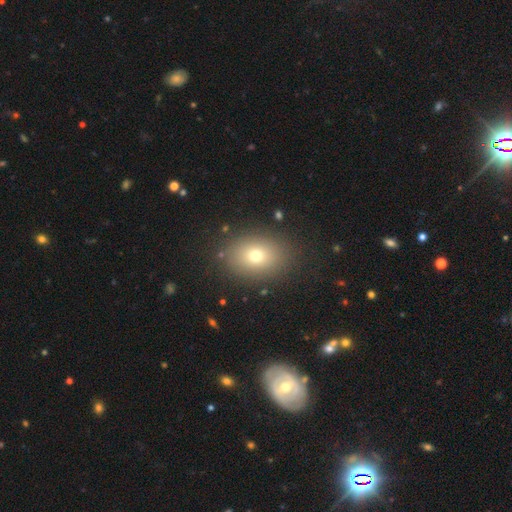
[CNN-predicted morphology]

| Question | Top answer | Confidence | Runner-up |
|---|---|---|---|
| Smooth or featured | smooth | 72% | star or artifact (15%) |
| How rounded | in between | 63% | round (36%) |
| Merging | none | 86% | minor disturbance (9%) |